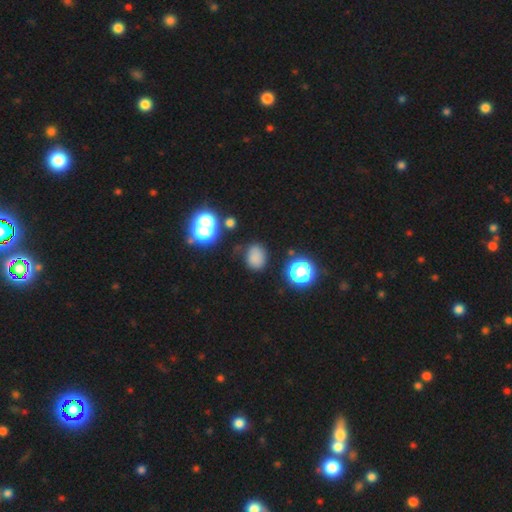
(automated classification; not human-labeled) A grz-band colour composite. It shows a smooth galaxy with no disk features (76%) that is in between round and cigar-shaped (50%). Merging: none (74%).